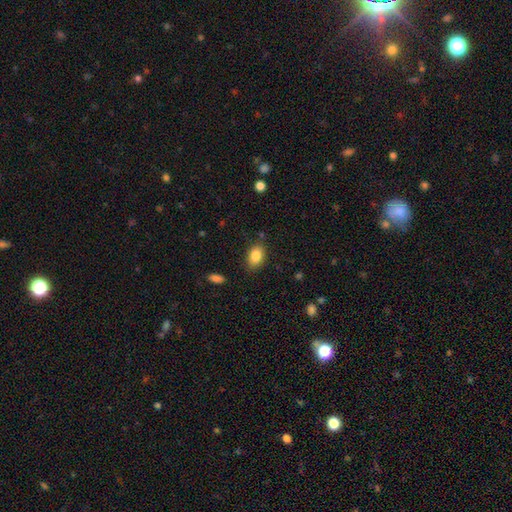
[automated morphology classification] Smooth or featured? Predicted: smooth (p=0.85). How rounded? Predicted: in between (p=0.86). Merging? Predicted: none (p=0.82).